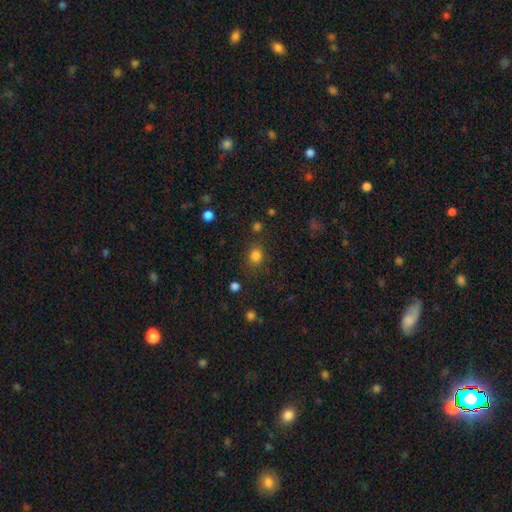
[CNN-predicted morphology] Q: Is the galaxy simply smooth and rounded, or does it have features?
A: smooth — 81%.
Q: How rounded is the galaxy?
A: round — 69%.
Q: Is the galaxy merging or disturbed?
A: none — 78%.